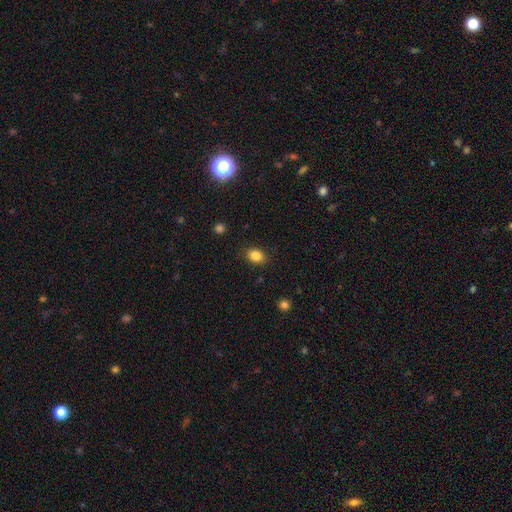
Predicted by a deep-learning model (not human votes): Smooth or featured?
  - smooth: 85% *
  - star or artifact: 10%
  - featured or disk: 5%
How rounded?
  - in between: 65% *
  - round: 34%
  - cigar-shaped: 1%
Merging?
  - none: 86% *
  - minor disturbance: 10%
  - major disturbance: 3%
  - merger: 1%